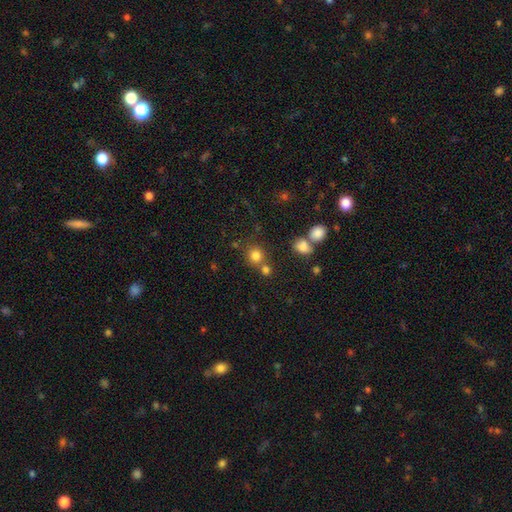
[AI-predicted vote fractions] Smooth or featured? smooth (79%)
How rounded? round (87%)
Merging? none (65%)